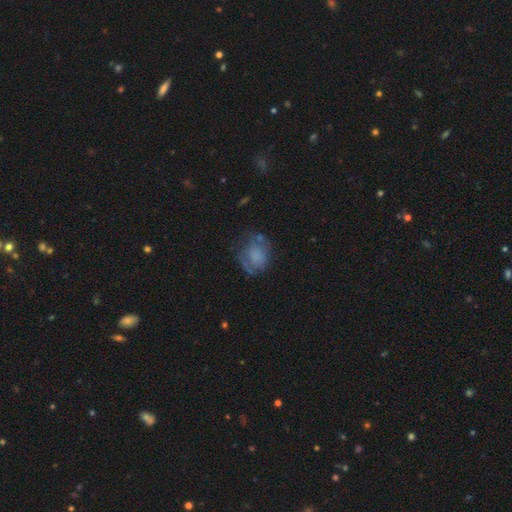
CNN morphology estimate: Smooth or featured? smooth (60%)
How rounded? round (63%)
Merging? none (46%)